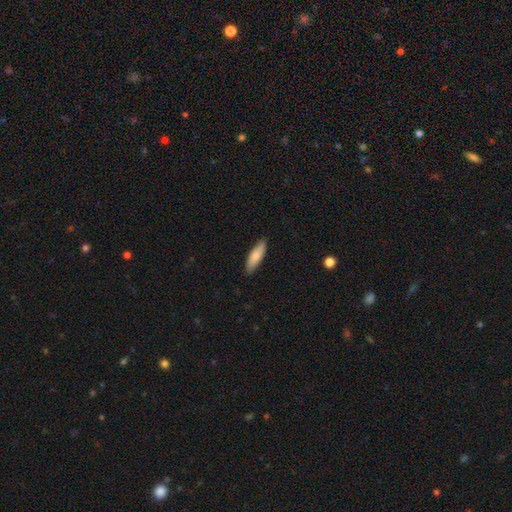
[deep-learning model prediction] Overall: smooth (83%). How rounded: cigar-shaped (54%; in between 44%). Merging: none (87%).